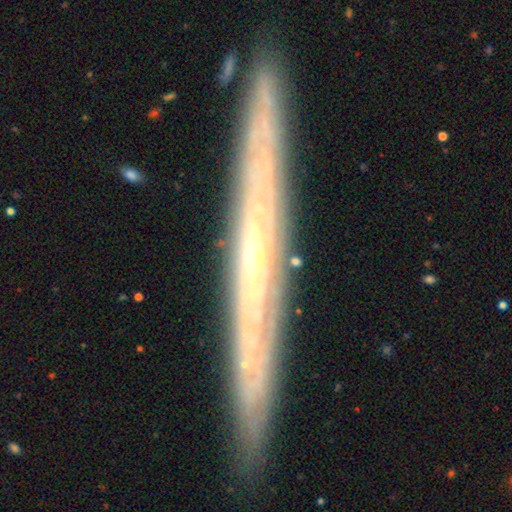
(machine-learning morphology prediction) smooth_or_featured: featured or disk (p=0.78) [alt: smooth p=0.14]
disk_edge_on: yes (p=0.88) [alt: no p=0.12]
edge_on_bulge: none (p=0.59) [alt: rounded p=0.38]
merging: none (p=0.86) [alt: minor disturbance p=0.09]